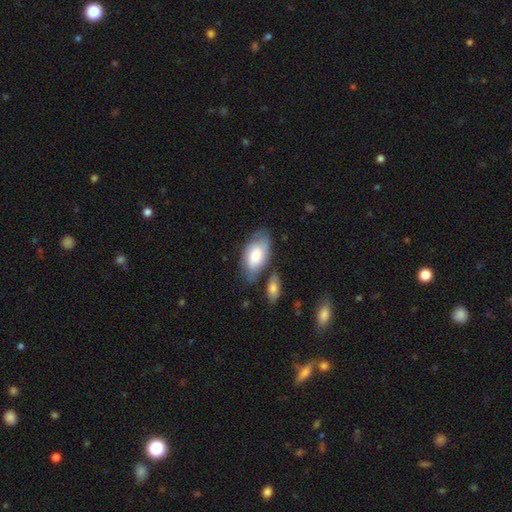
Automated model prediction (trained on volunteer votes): A smooth galaxy with no disk features (73%) that is in between round and cigar-shaped (94%). Merging: none (58%).